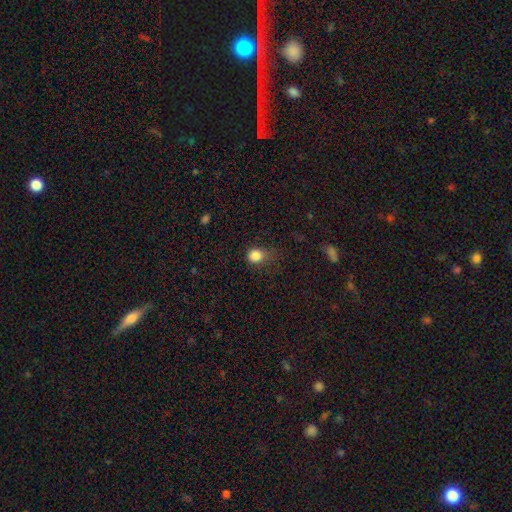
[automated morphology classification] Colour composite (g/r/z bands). It shows a smooth galaxy with no disk features (83%) that is round (75%). Merging: none (55%).